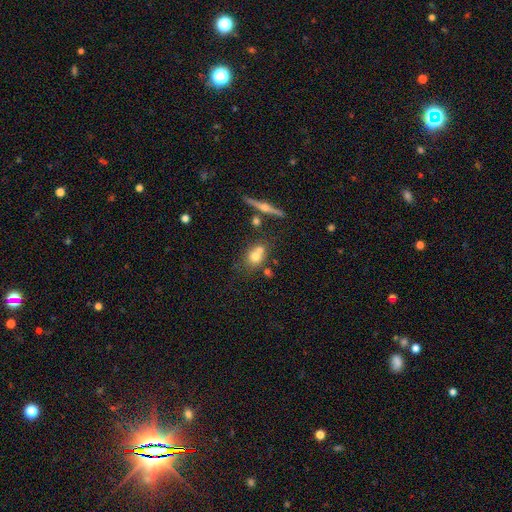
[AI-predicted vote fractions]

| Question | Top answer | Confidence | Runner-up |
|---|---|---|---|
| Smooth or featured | smooth | 65% | featured or disk (23%) |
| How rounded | round | 67% | in between (29%) |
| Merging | none | 47% | merger (39%) |